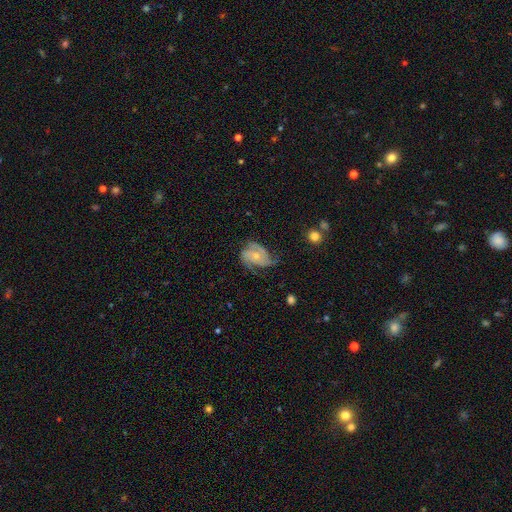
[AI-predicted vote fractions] Smooth or featured: featured or disk — 77% (smooth — 17%)
Edge-on disk: no — 97% (yes — 3%)
Bar: no — 70% (weak — 25%)
Spiral arms: yes — 93% (no — 7%)
Spiral winding: medium — 45% (tight — 37%)
Spiral arm count: 3 — 39% (2 — 36%)
Bulge size: small — 54% (moderate — 41%)
Merging: none — 50% (minor disturbance — 30%)